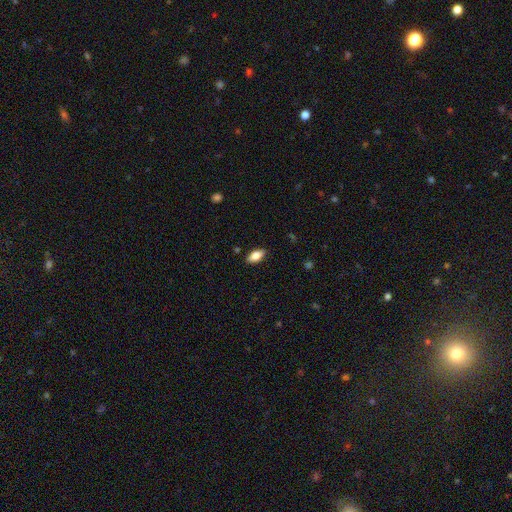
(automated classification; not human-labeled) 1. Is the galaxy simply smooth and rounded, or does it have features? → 81% smooth, 12% featured or disk, 7% star or artifact.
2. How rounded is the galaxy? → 89% in between, 8% cigar-shaped, 3% round.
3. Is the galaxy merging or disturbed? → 87% none, 10% minor disturbance, 2% major disturbance, 1% merger.